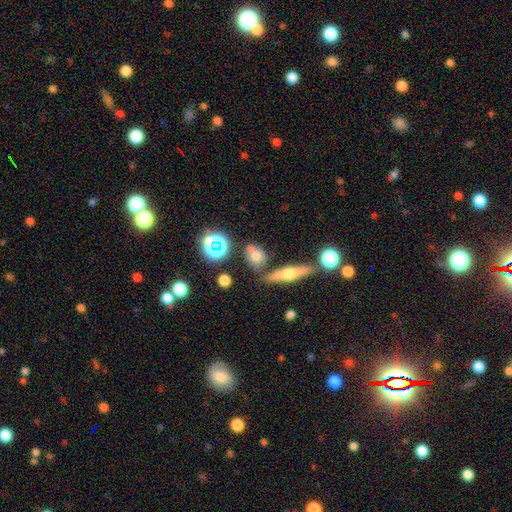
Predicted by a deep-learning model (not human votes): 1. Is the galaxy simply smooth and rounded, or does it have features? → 59% smooth, 22% featured or disk, 19% star or artifact.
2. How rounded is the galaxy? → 49% round, 41% in between, 11% cigar-shaped.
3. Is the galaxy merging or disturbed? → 65% none, 18% merger, 13% minor disturbance, 4% major disturbance.